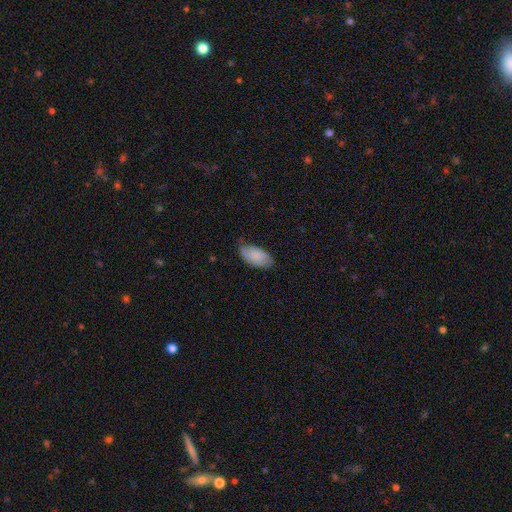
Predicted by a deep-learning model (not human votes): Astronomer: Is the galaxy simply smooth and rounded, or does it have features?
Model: smooth — 82%.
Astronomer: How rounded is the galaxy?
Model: in between — 95%.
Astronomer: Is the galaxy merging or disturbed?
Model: none — 66%.